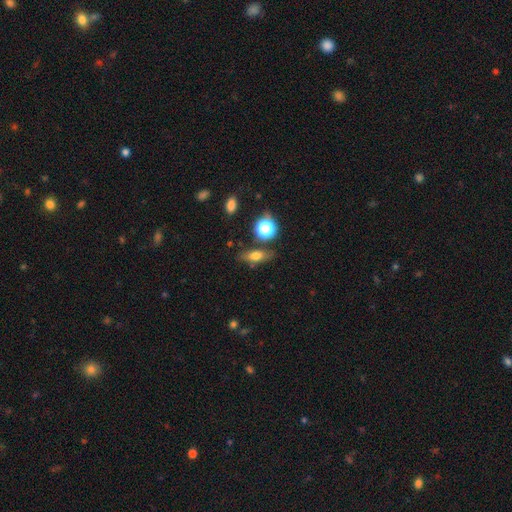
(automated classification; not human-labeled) A smooth galaxy with no disk features (61%) that is in between round and cigar-shaped (57%).

Vote fractions:
- Smooth or featured? smooth: 61% / featured or disk: 23% / star or artifact: 15%
- How rounded? in between: 57% / cigar-shaped: 28% / round: 15%
- Merging? none: 76% / minor disturbance: 14% / merger: 6% / major disturbance: 4%